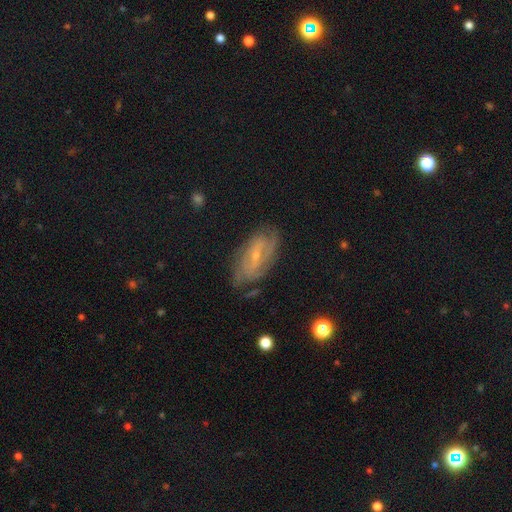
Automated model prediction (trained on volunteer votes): The model was most divided on "spiral arm count": 2: 42%, can't tell: 37%, 3: 10%, 4: 4%, 1: 4%, more than 4: 3%. Remaining: edge-on disk — no (91%); spiral arms — yes (85%); smooth or featured — featured or disk (75%); bulge size — small (72%); merging — none (68%); spiral winding — tight (48%); bar — weak (47%).